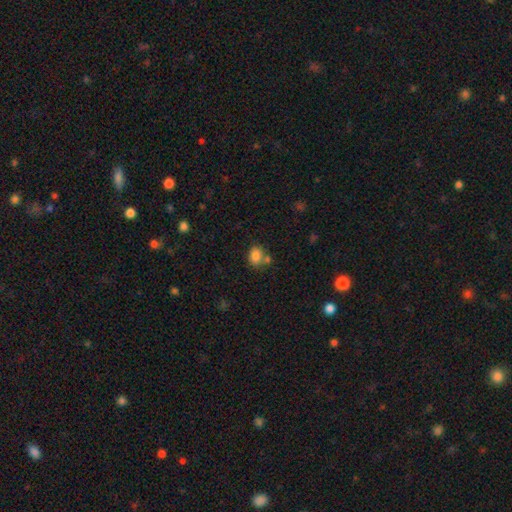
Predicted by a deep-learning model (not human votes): Smooth or featured? Predicted: smooth (p=0.84). How rounded? Predicted: in between (p=0.65). Merging? Predicted: none (p=0.57).